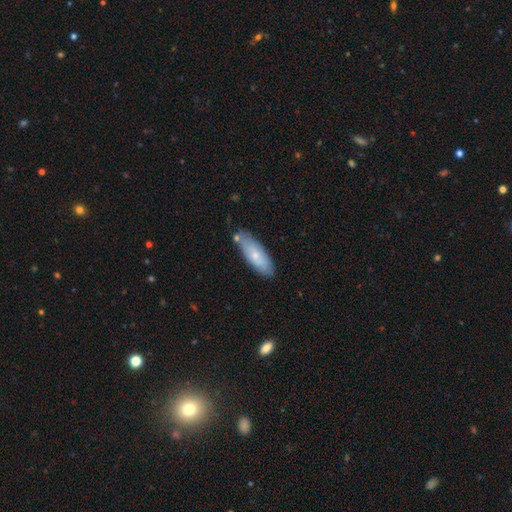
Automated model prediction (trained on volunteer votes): smooth-or-featured: smooth: 66% | featured or disk: 28% | star or artifact: 6%
  how-rounded: in between: 62% | cigar-shaped: 36% | round: 2%
  merging: none: 73% | minor disturbance: 18% | merger: 6% | major disturbance: 3%